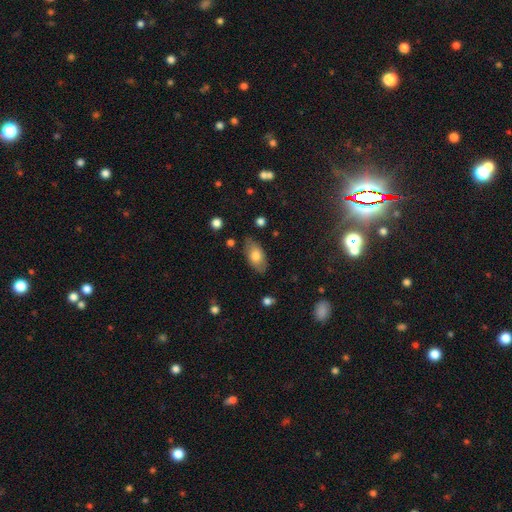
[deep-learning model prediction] Smooth or featured?
  - smooth: 72% *
  - featured or disk: 21%
  - star or artifact: 7%
How rounded?
  - in between: 90% *
  - cigar-shaped: 6%
  - round: 4%
Merging?
  - none: 79% *
  - minor disturbance: 16%
  - major disturbance: 3%
  - merger: 2%